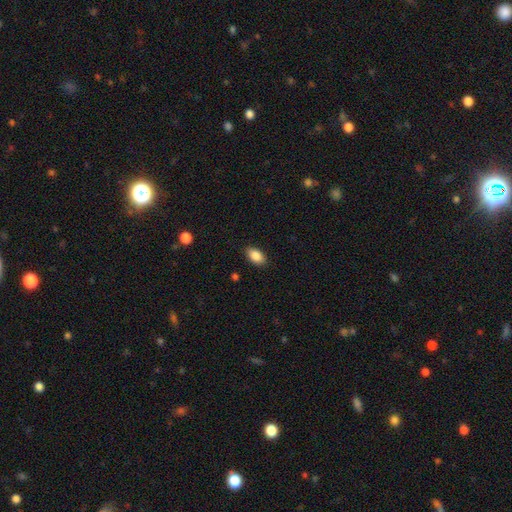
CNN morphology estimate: This appears to be a smooth galaxy with no disk features (88%) that is in between round and cigar-shaped (92%). Merging: none (88%).